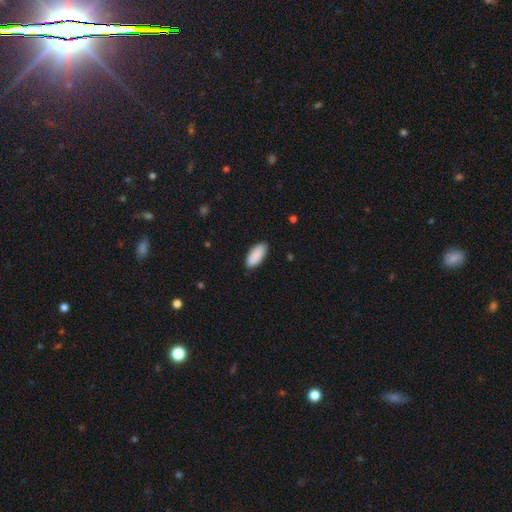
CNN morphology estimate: This appears to be a smooth galaxy with no disk features (90%) that is in between round and cigar-shaped (88%). Merging: none (87%).